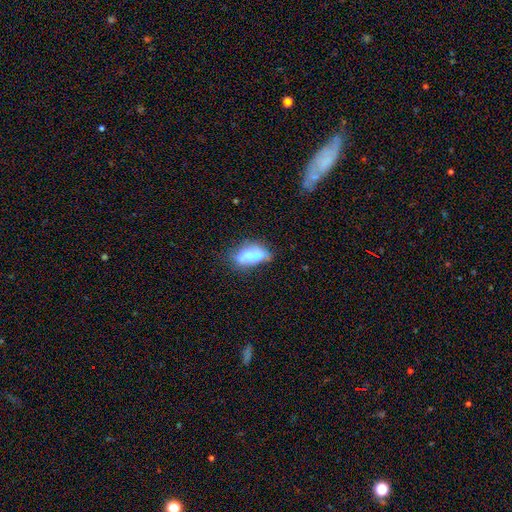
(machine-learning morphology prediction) Smooth or featured: smooth — 47% (featured or disk — 43%)
Merging: merger — 46% (none — 27%)